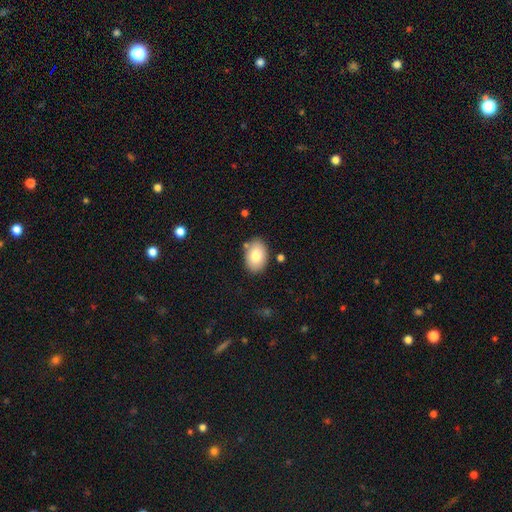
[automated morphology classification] This is likely a smooth galaxy (78%). How rounded: clearly in between (82%). Merging: clearly none (83%).